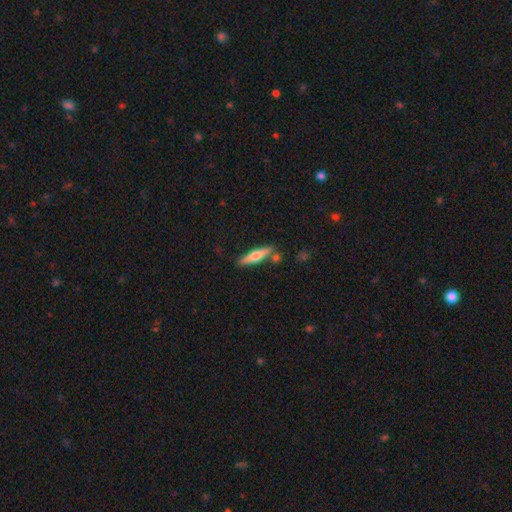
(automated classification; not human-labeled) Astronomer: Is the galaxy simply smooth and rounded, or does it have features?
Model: smooth — 48% (runner-up: featured or disk, 46%).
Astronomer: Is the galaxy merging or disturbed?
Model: none — 80%.